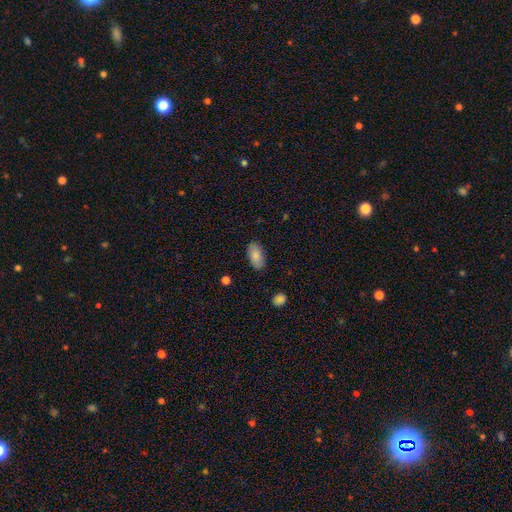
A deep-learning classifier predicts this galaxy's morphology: smooth-or-featured: smooth: 85% | featured or disk: 8% | star or artifact: 7%
  how-rounded: in between: 93% | cigar-shaped: 4% | round: 3%
  merging: none: 86% | minor disturbance: 11% | major disturbance: 2% | merger: 1%